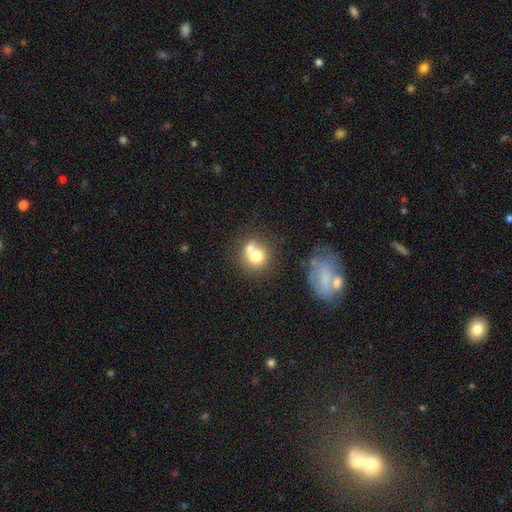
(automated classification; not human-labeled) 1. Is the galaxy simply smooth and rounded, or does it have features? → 70% smooth, 20% featured or disk, 10% star or artifact.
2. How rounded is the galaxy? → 82% round, 17% in between, 1% cigar-shaped.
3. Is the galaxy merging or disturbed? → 45% merger, 40% none, 10% minor disturbance, 5% major disturbance.